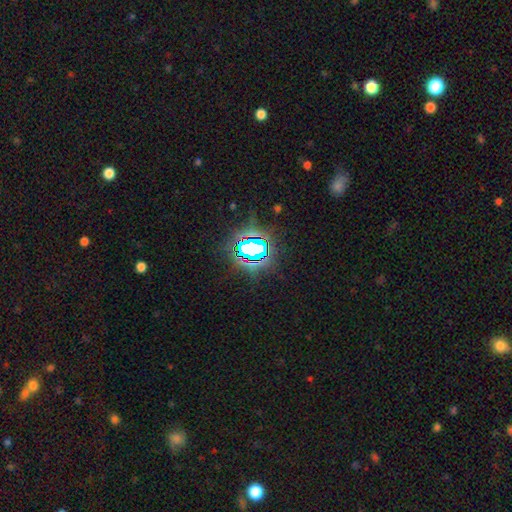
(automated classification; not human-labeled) Smooth or featured? star or artifact (80%)